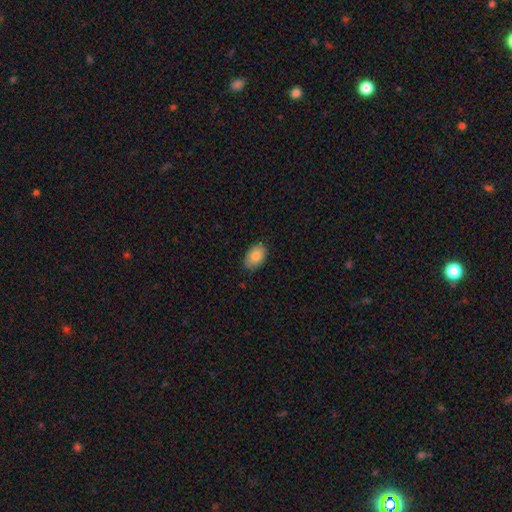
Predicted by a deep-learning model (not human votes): This appears to be a smooth galaxy with no disk features (82%) that is in between round and cigar-shaped (84%). Merging: none (82%).